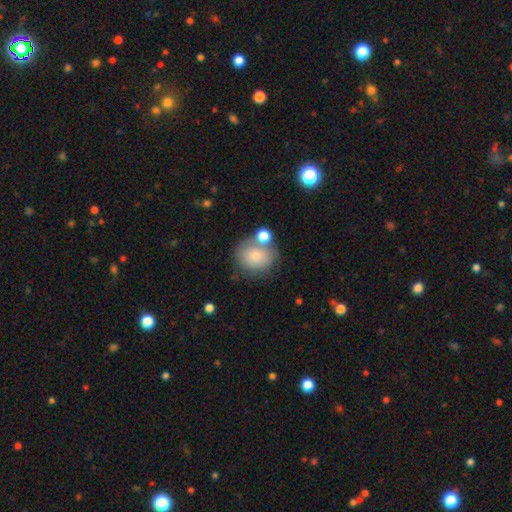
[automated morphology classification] Smooth or featured? Predicted: smooth (p=0.79). How rounded? Predicted: round (p=0.71). Merging? Predicted: none (p=0.52).